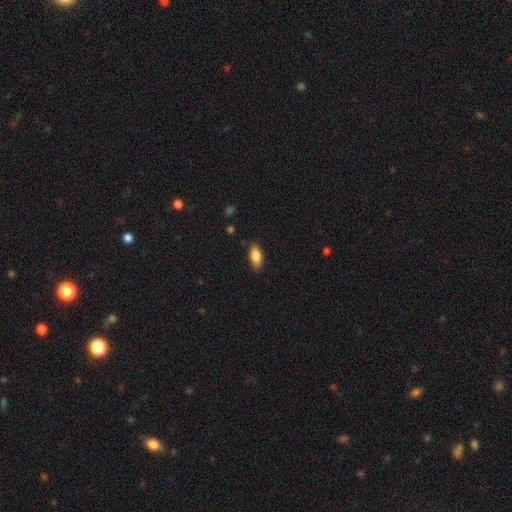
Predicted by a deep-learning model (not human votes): Smooth or featured? smooth (83%)
How rounded? in between (85%)
Merging? none (84%)